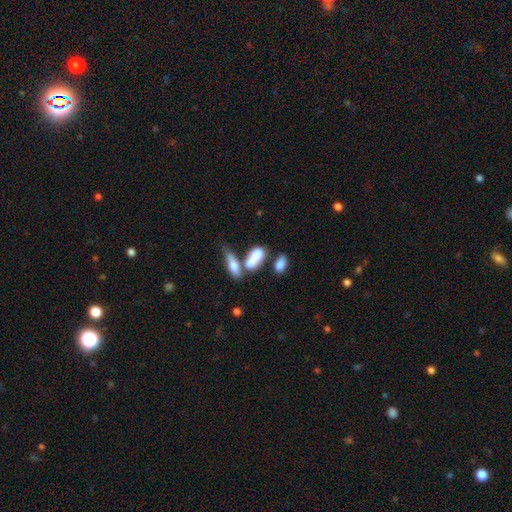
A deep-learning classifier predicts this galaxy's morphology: Smooth or featured: smooth — 75% (featured or disk — 18%)
How rounded: in between — 84% (cigar-shaped — 10%)
Merging: merger — 52% (none — 26%)